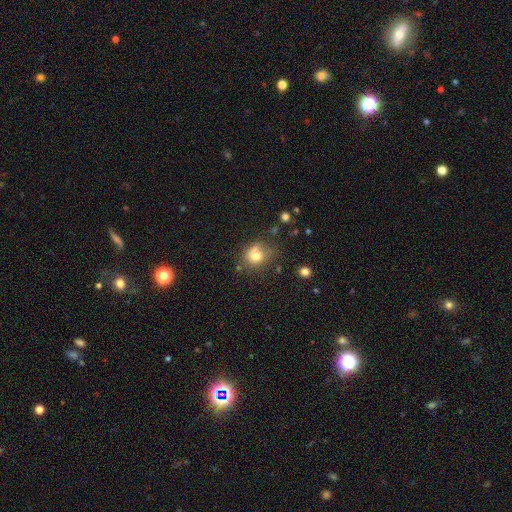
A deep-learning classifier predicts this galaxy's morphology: A smooth galaxy with no disk features (74%) that is round (66%).

Vote fractions:
- Smooth or featured? smooth: 74% / featured or disk: 14% / star or artifact: 12%
- How rounded? round: 66% / in between: 33% / cigar-shaped: 1%
- Merging? none: 48% / minor disturbance: 24% / merger: 16% / major disturbance: 12%